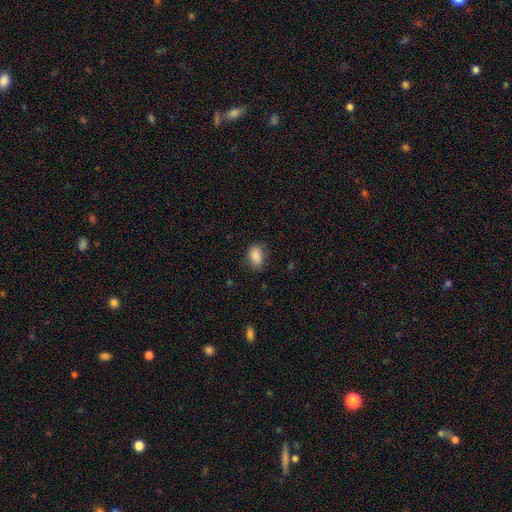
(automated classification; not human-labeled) A smooth galaxy with no disk features (88%) that is in between round and cigar-shaped (85%).

Vote fractions:
- Smooth or featured? smooth: 88% / star or artifact: 8% / featured or disk: 4%
- How rounded? in between: 85% / round: 13% / cigar-shaped: 2%
- Merging? none: 80% / minor disturbance: 16% / major disturbance: 4% / merger: 1%